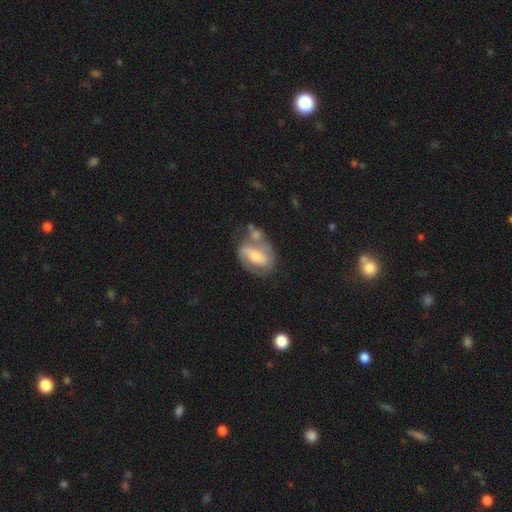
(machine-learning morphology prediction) This appears to be a featured or disk galaxy (68%) with a weak bar (36%), spiral arms (73%) and a moderate central bulge (60%). Merging: none (44%).